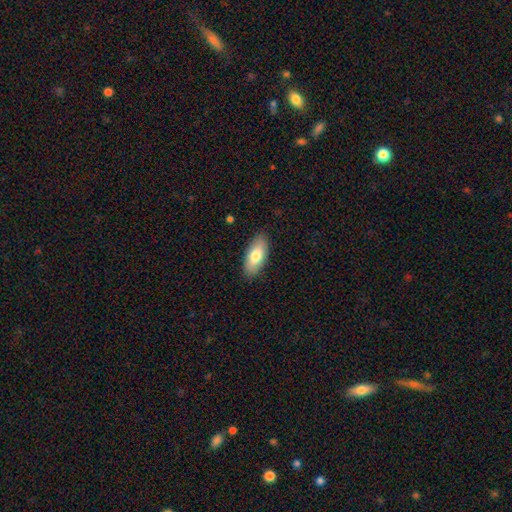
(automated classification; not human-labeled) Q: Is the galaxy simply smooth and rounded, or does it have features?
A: smooth — 77%.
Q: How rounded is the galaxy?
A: in between — 87%.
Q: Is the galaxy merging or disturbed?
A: none — 87%.